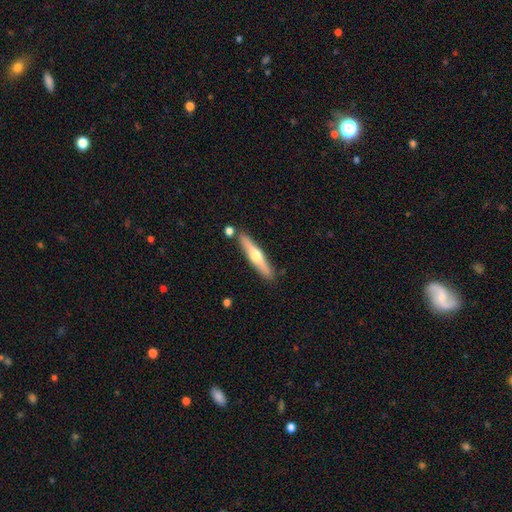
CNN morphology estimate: This appears to be a featured or disk galaxy (52%) viewed edge-on (93%). Merging: none (82%).